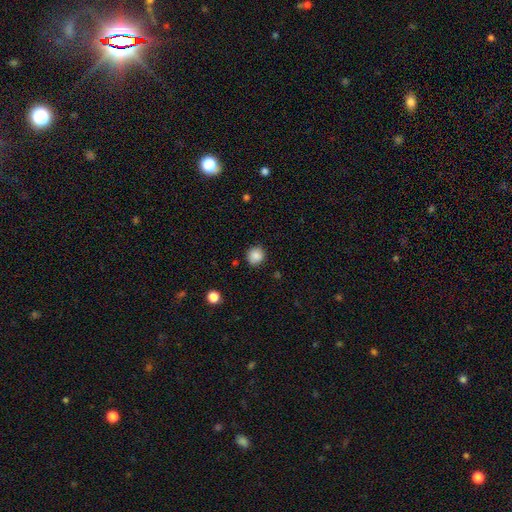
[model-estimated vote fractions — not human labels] Smooth or featured? smooth (86%)
How rounded? round (89%)
Merging? none (86%)